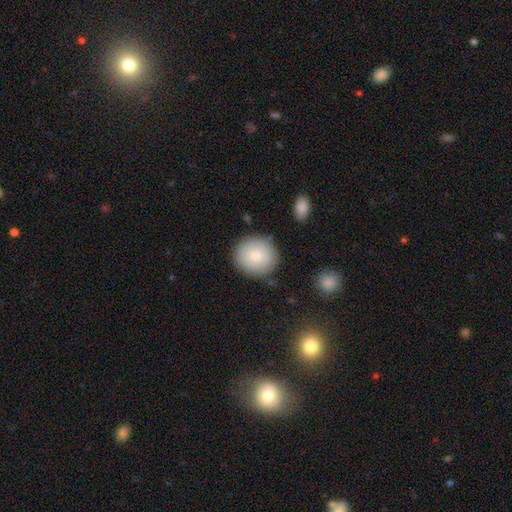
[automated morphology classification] Smooth or featured?
  - smooth: 80% *
  - featured or disk: 13%
  - star or artifact: 7%
How rounded?
  - round: 89% *
  - in between: 10%
  - cigar-shaped: 1%
Merging?
  - none: 84% *
  - minor disturbance: 10%
  - major disturbance: 3%
  - merger: 2%